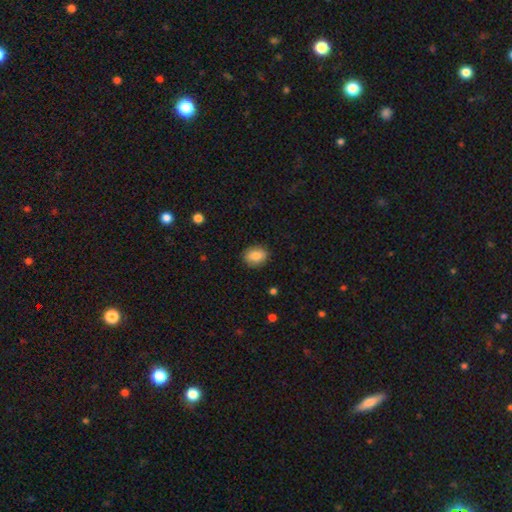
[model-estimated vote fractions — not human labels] A smooth galaxy with no disk features (86%) that is in between round and cigar-shaped (69%). Merging: none (87%).